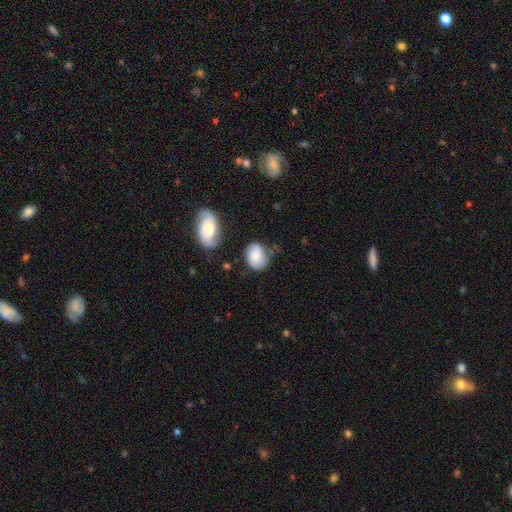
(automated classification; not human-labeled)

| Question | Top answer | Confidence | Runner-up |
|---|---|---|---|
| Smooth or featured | smooth | 77% | featured or disk (16%) |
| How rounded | in between | 64% | round (35%) |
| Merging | none | 55% | minor disturbance (29%) |